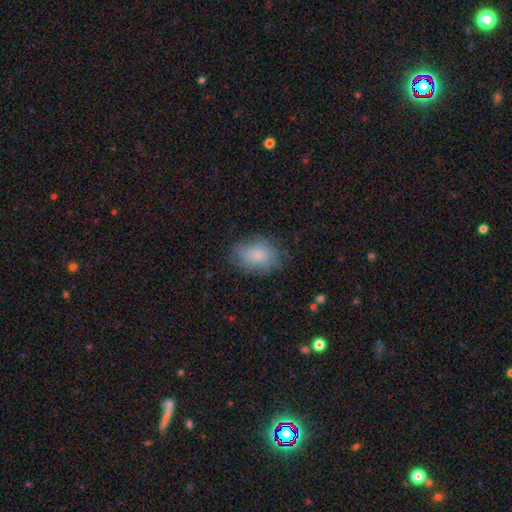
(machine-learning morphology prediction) type=smooth (73%); roundness=in between (74%); merging=none (69%).